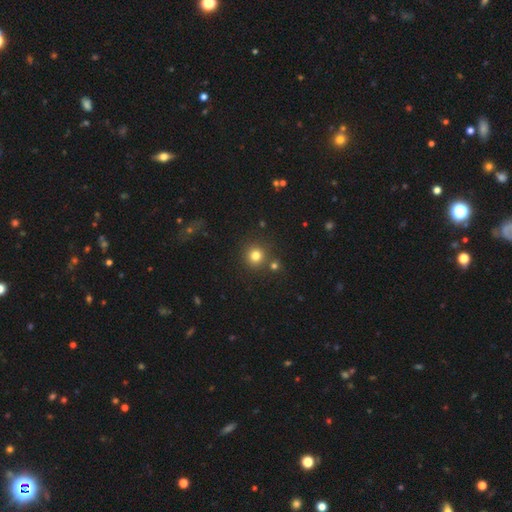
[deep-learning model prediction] A smooth galaxy with no disk features (79%) that is round (93%). Merging: none (82%).